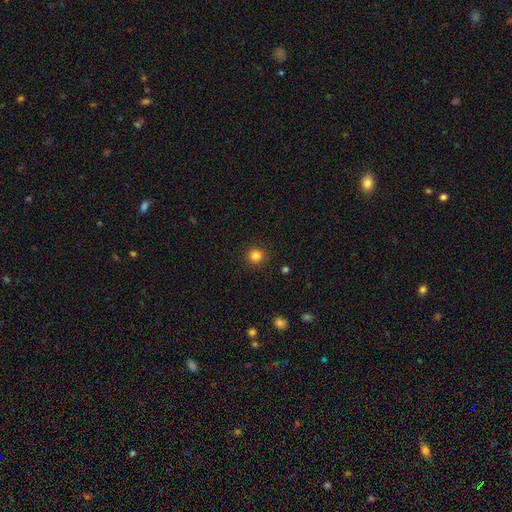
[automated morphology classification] smooth 84%, star or artifact 12%, featured or disk 4%. Down the decision tree: how rounded — round (94%); merging — none (92%).